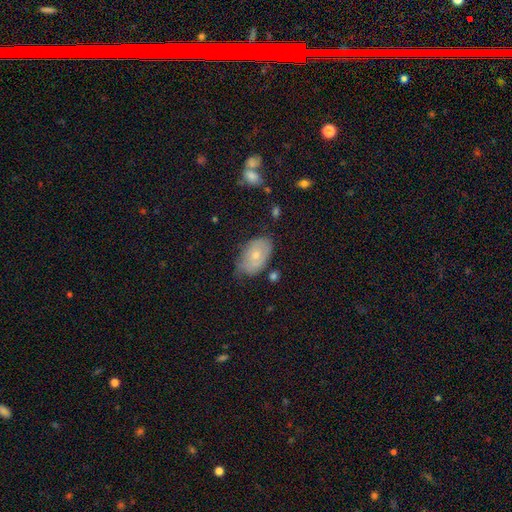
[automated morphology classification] type=smooth (57%); roundness=in between (89%); merging=none (54%).